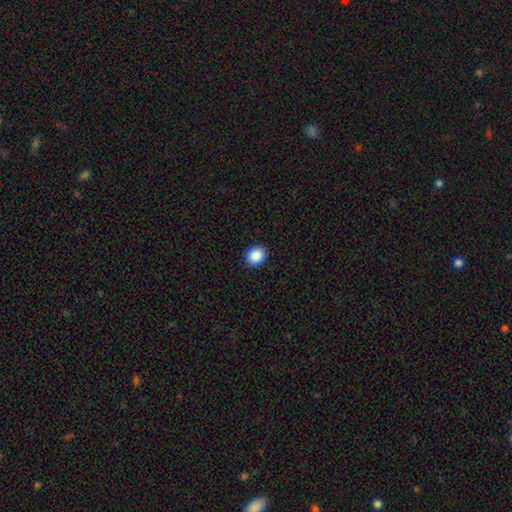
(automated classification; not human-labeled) Smooth or featured? smooth (88%)
How rounded? round (75%)
Merging? none (91%)